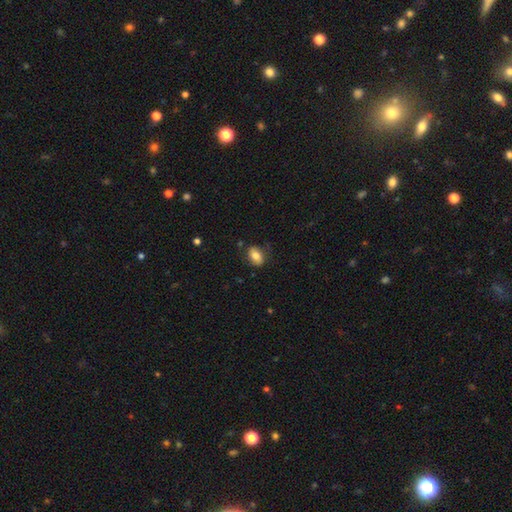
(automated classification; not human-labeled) Smooth or featured? Predicted: smooth (p=0.77). How rounded? Predicted: in between (p=0.83). Merging? Predicted: none (p=0.76).